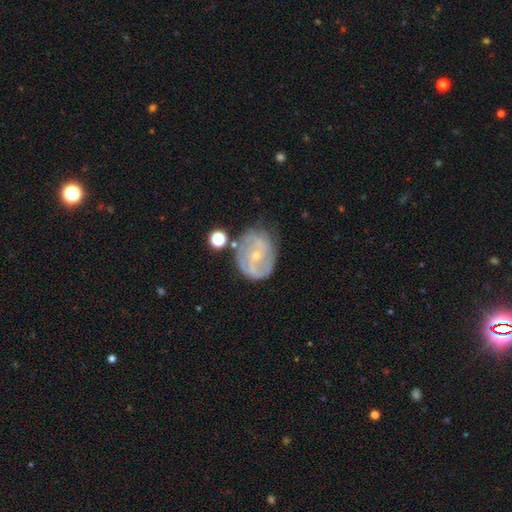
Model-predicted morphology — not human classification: Q: Smooth or featured?
A: featured or disk (75%); runner-up: smooth (17%)
Q: Edge-on disk?
A: no (97%); runner-up: yes (3%)
Q: Bar?
A: no (56%); runner-up: weak (32%)
Q: Spiral arms?
A: yes (79%); runner-up: no (21%)
Q: Spiral winding?
A: tight (47%); runner-up: medium (36%)
Q: Spiral arm count?
A: 2 (39%); runner-up: can't tell (37%)
Q: Bulge size?
A: small (77%); runner-up: moderate (20%)
Q: Merging?
A: none (55%); runner-up: minor disturbance (26%)